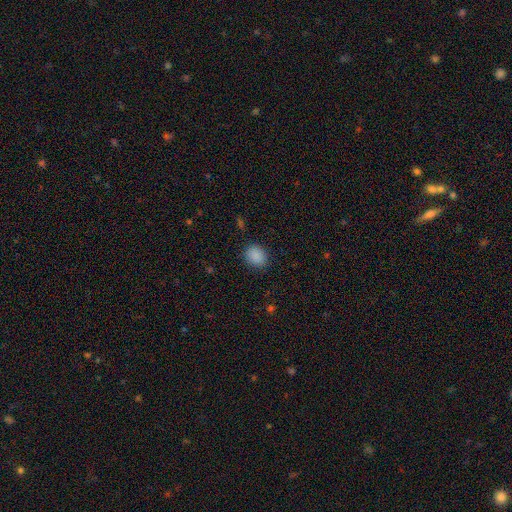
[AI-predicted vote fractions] The model was most divided on "how rounded": round: 61%, in between: 38%, cigar-shaped: 1%. More confident: smooth or featured — smooth (87%); merging — none (87%).